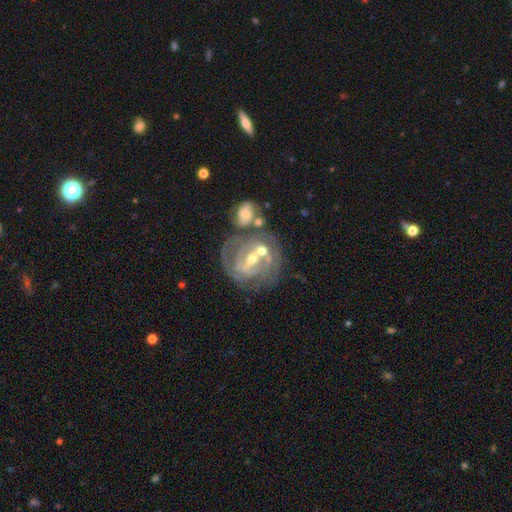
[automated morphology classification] A featured or disk galaxy (81%) with a strong bar (42%), tight (61%) spiral arms (78%) and a moderate central bulge (53%).

Vote fractions:
- Smooth or featured? featured or disk: 81% / smooth: 11% / star or artifact: 8%
- Edge-on disk? no: 96% / yes: 4%
- Bar? strong: 42% / weak: 37% / no: 21%
- Spiral arms? yes: 78% / no: 22%
- Spiral winding? tight: 61% / medium: 29% / loose: 10%
- Spiral arm count? can't tell: 38% / 2: 37% / 3: 12% / 1: 6% / 4: 4% / more than 4: 3%
- Bulge size? moderate: 53% / small: 41% / large: 3% / none: 2% / dominant: 1%
- Merging? none: 44% / merger: 31% / minor disturbance: 14% / major disturbance: 10%